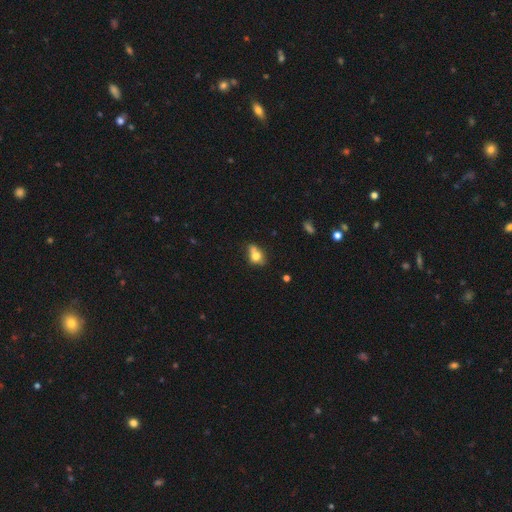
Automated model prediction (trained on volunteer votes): Smooth or featured?
  - smooth: 70% *
  - featured or disk: 19%
  - star or artifact: 11%
How rounded?
  - in between: 53% *
  - round: 44%
  - cigar-shaped: 3%
Merging?
  - none: 39% *
  - merger: 33%
  - minor disturbance: 20%
  - major disturbance: 9%